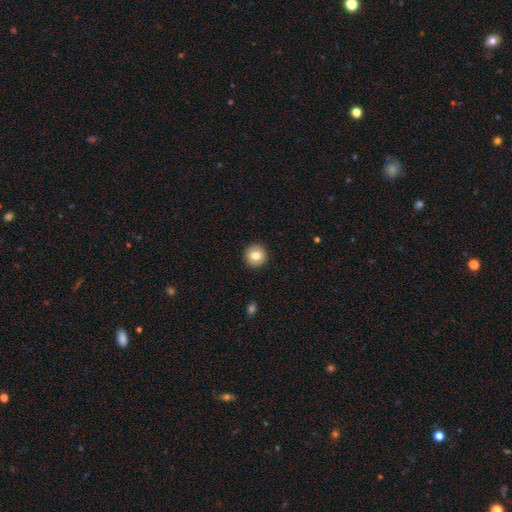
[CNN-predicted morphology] Q: Smooth or featured?
A: smooth (80%); runner-up: featured or disk (11%)
Q: How rounded?
A: round (94%); runner-up: in between (5%)
Q: Merging?
A: none (93%); runner-up: minor disturbance (5%)